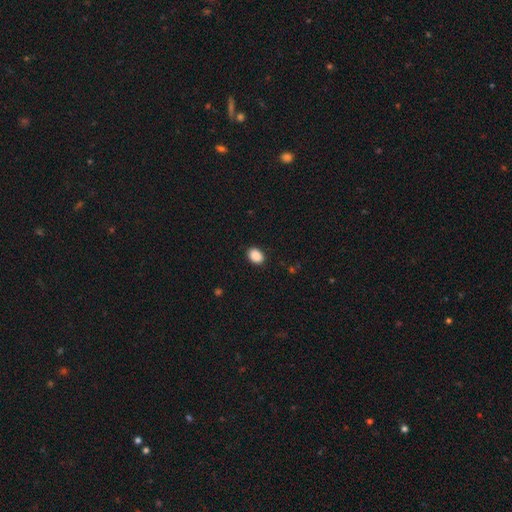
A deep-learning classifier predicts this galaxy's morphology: This is clearly a smooth galaxy (90%). How rounded: likely in between (73%). Merging: clearly none (89%).